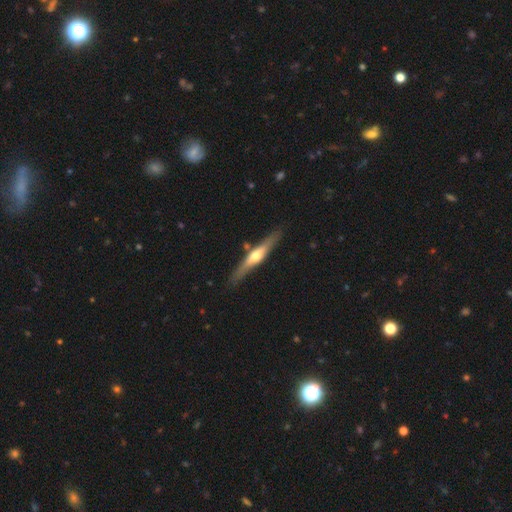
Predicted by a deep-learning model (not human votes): This appears to be a featured or disk galaxy (61%) viewed edge-on (94%) with a rounded central bulge (89%). Merging: none (84%).